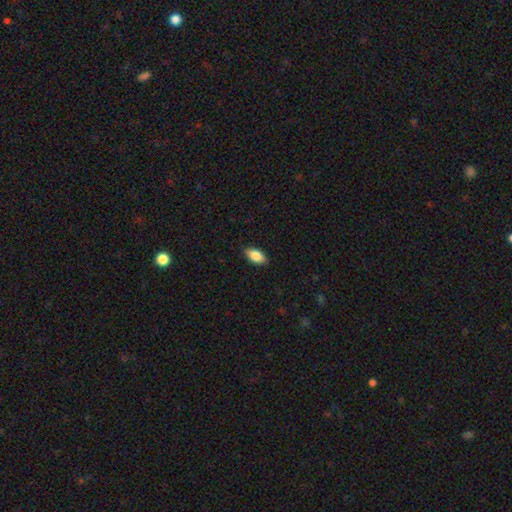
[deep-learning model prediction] smooth-or-featured: smooth: 83% | featured or disk: 10% | star or artifact: 7%
  how-rounded: in between: 90% | cigar-shaped: 7% | round: 3%
  merging: none: 88% | minor disturbance: 9% | major disturbance: 2% | merger: 1%